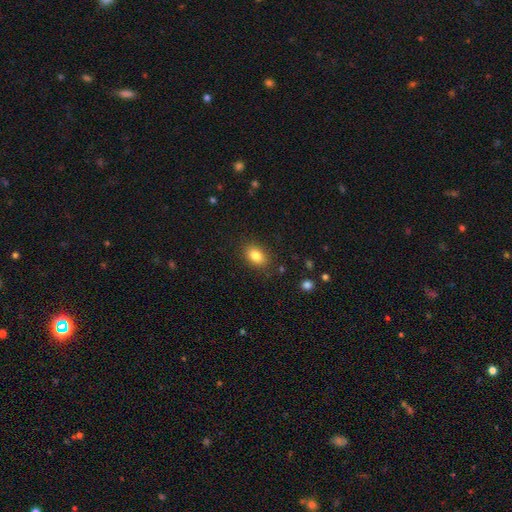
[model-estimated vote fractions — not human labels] smooth-or-featured: smooth: 85% | star or artifact: 9% | featured or disk: 6%
  how-rounded: in between: 81% | round: 18% | cigar-shaped: 1%
  merging: none: 86% | minor disturbance: 10% | major disturbance: 3% | merger: 1%